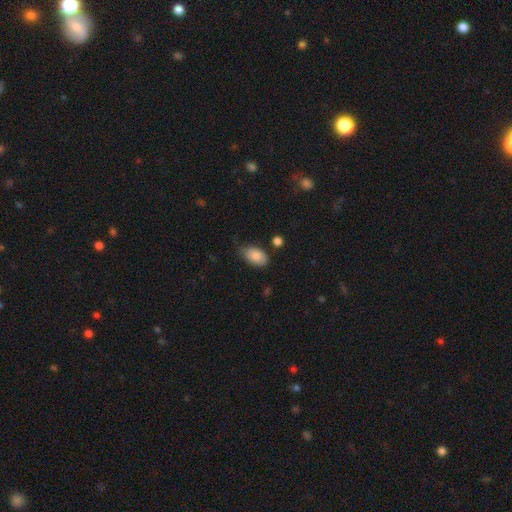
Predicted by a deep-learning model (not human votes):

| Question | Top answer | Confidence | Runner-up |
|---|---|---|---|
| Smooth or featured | smooth | 85% | featured or disk (7%) |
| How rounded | in between | 91% | round (8%) |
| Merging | none | 63% | minor disturbance (28%) |